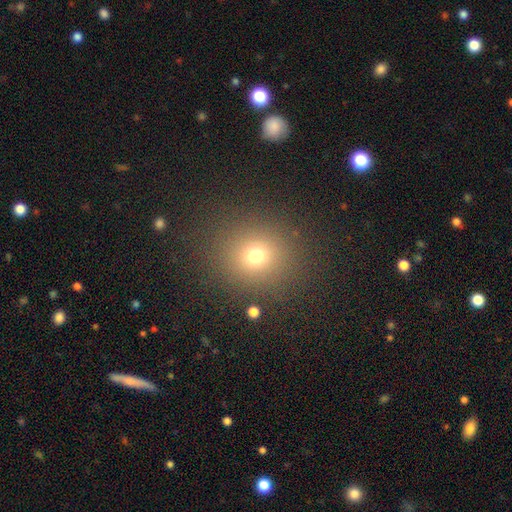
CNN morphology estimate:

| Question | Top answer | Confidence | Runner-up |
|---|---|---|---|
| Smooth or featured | smooth | 70% | star or artifact (20%) |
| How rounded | round | 85% | in between (14%) |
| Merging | none | 87% | minor disturbance (7%) |